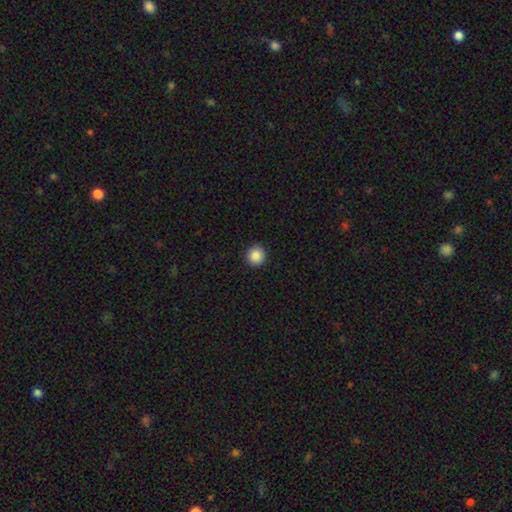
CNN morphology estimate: Smooth or featured? smooth (88%)
How rounded? round (95%)
Merging? none (93%)